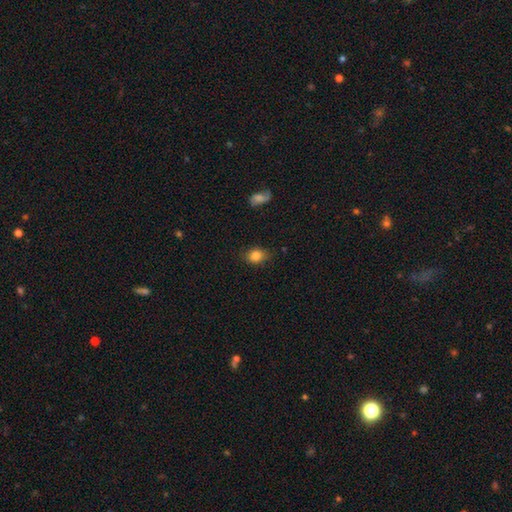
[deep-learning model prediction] smooth 84%, star or artifact 10%, featured or disk 7%. Down the decision tree: how rounded — in between (56%); merging — none (81%).